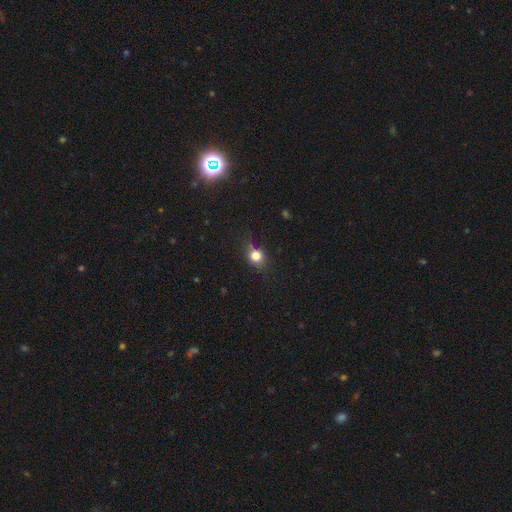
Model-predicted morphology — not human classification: The model was most divided on "how rounded": round: 72%, in between: 27%, cigar-shaped: 2%. More confident: smooth or featured — smooth (77%); merging — none (71%).